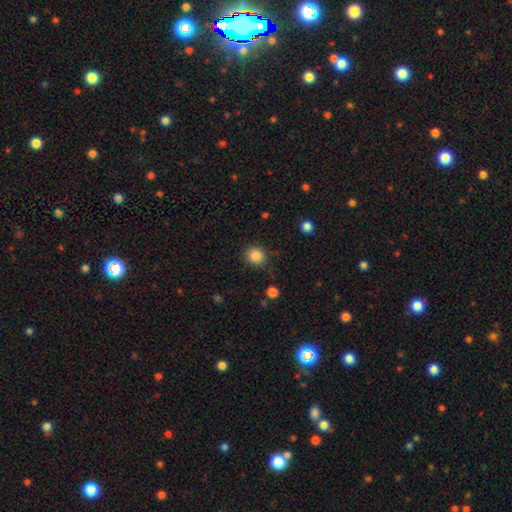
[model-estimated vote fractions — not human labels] Smooth or featured? Predicted: smooth (p=0.85). How rounded? Predicted: round (p=0.87). Merging? Predicted: none (p=0.84).